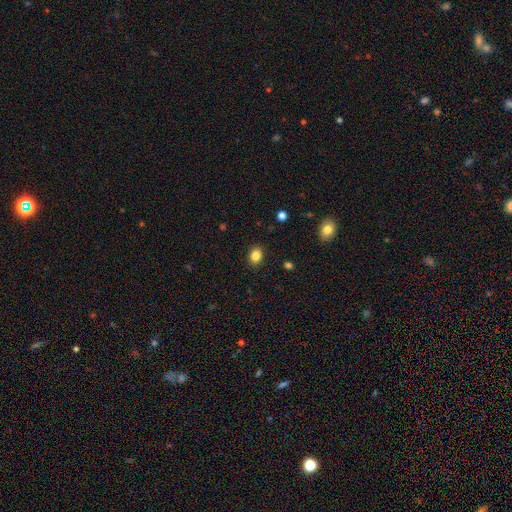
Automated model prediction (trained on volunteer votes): Smooth or featured? smooth (85%)
How rounded? in between (67%)
Merging? none (89%)